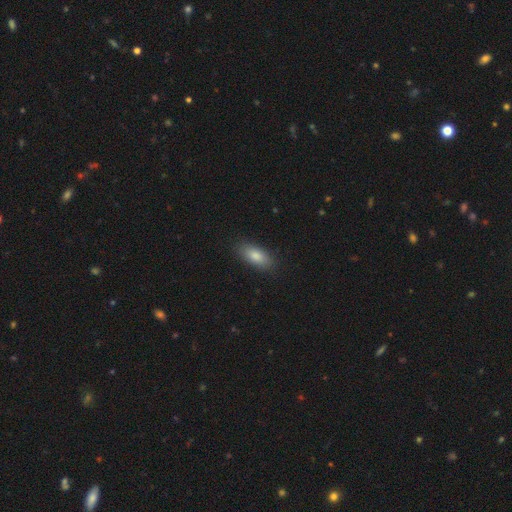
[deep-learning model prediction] Overall: smooth (84%). How rounded: in between (84%). Merging: none (86%).